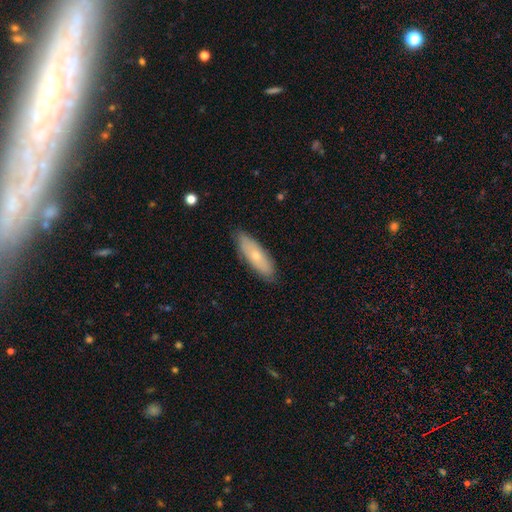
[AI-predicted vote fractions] Smooth or featured?
  - smooth: 65% *
  - featured or disk: 29%
  - star or artifact: 6%
How rounded?
  - cigar-shaped: 49% * (tied)
  - in between: 49% * (tied)
  - round: 2%
Merging?
  - none: 85% *
  - minor disturbance: 12%
  - major disturbance: 2%
  - merger: 1%